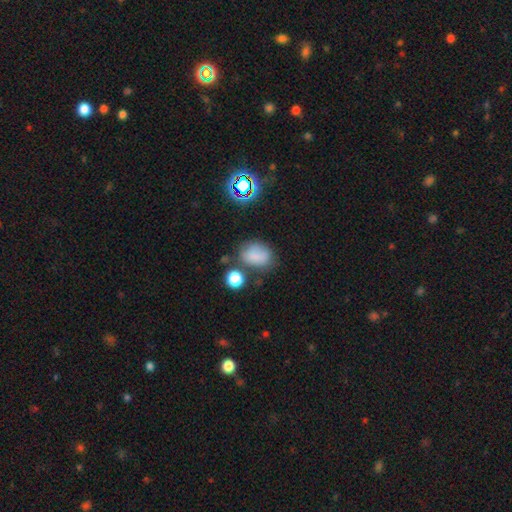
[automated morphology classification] A smooth galaxy with no disk features (76%) that is in between round and cigar-shaped (71%).

Vote fractions:
- Smooth or featured? smooth: 76% / star or artifact: 15% / featured or disk: 10%
- How rounded? in between: 71% / round: 27% / cigar-shaped: 1%
- Merging? none: 59% / minor disturbance: 23% / merger: 9% / major disturbance: 9%